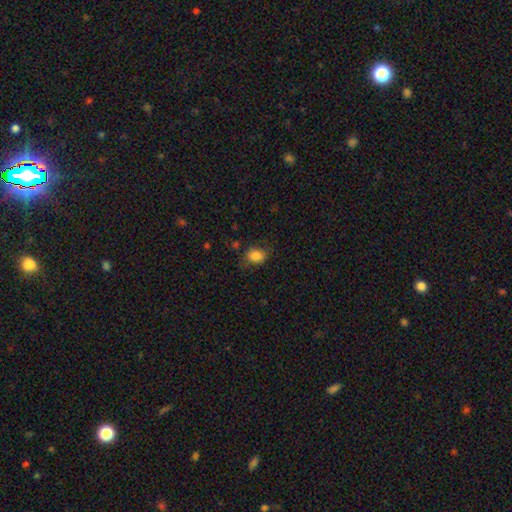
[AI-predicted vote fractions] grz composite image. It shows a smooth galaxy with no disk features (83%) that is in between round and cigar-shaped (61%). Merging: none (68%).